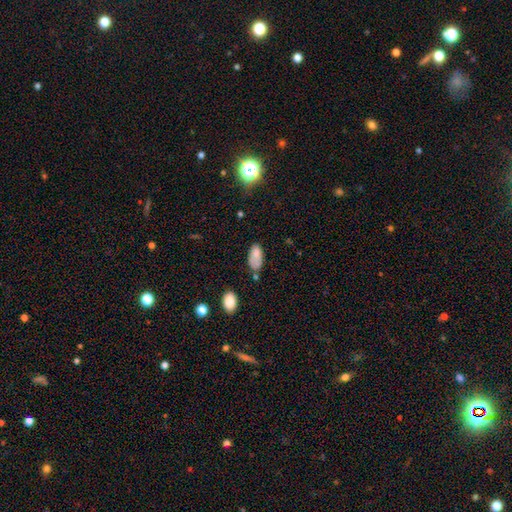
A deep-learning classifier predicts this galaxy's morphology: Smooth or featured: smooth — 77% (featured or disk — 14%)
How rounded: in between — 93% (cigar-shaped — 4%)
Merging: none — 47% (minor disturbance — 31%)